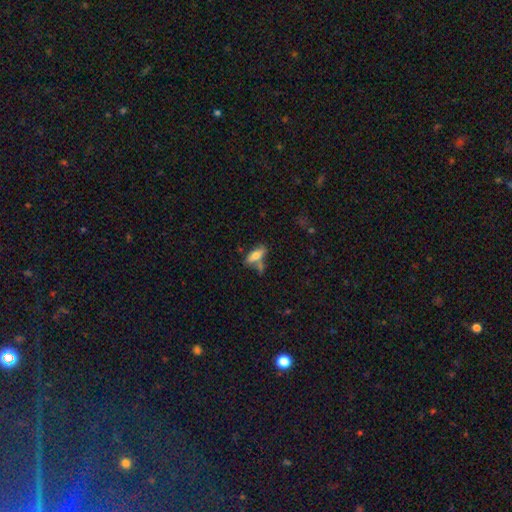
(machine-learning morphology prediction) Smooth or featured: smooth — 70% (featured or disk — 22%)
How rounded: in between — 69% (cigar-shaped — 28%)
Merging: none — 52% (merger — 24%)